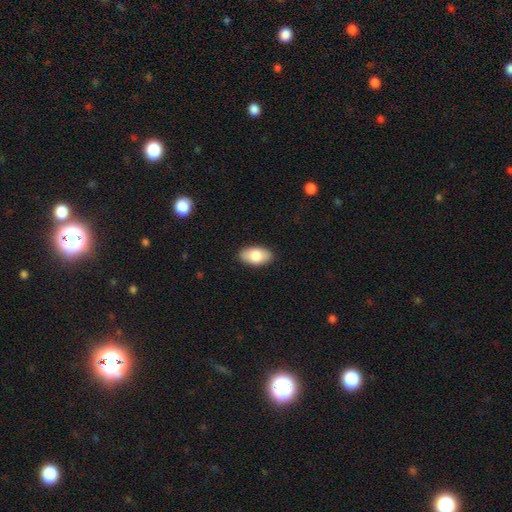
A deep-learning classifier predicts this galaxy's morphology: smooth-or-featured: smooth: 81% | featured or disk: 13% | star or artifact: 6%
  how-rounded: in between: 94% | round: 4% | cigar-shaped: 2%
  merging: none: 89% | minor disturbance: 8% | major disturbance: 2% | merger: 1%